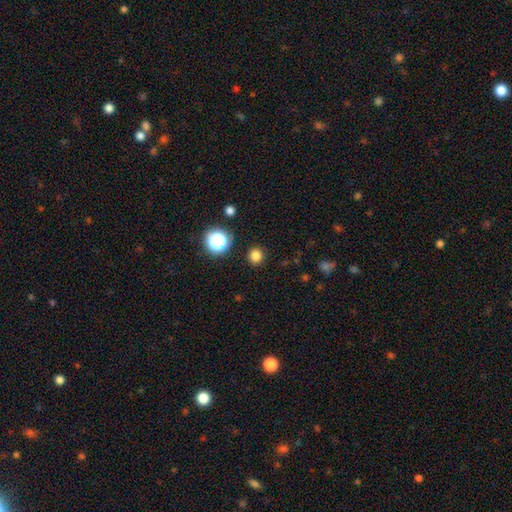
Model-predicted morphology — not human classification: The model was most divided on "smooth or featured": smooth: 80%, star or artifact: 16%, featured or disk: 4%. More confident: how rounded — round (93%); merging — none (92%).